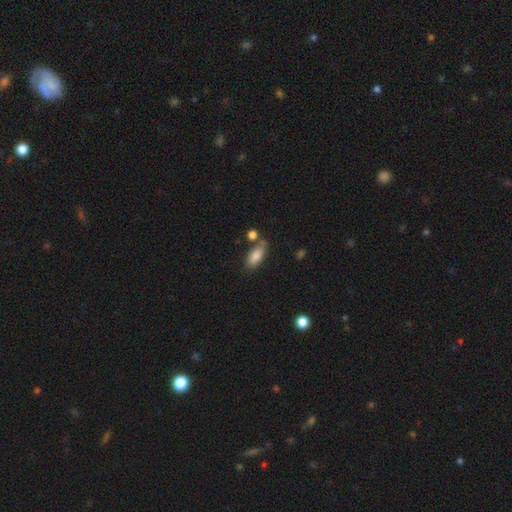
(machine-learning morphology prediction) Smooth or featured? Predicted: smooth (p=0.82). How rounded? Predicted: in between (p=0.82). Merging? Predicted: none (p=0.64).